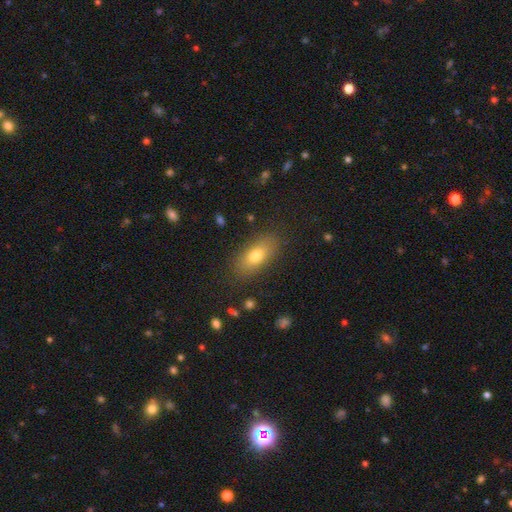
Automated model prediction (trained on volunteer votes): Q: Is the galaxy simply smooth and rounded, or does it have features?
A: smooth — 75%.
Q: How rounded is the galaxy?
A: in between — 82%.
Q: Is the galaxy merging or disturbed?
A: none — 84%.